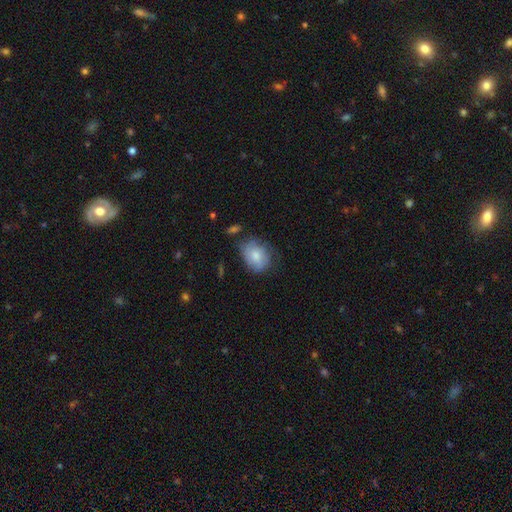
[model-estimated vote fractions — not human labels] Smooth or featured? Predicted: smooth (p=0.73). How rounded? Predicted: in between (p=0.57). Merging? Predicted: none (p=0.56).